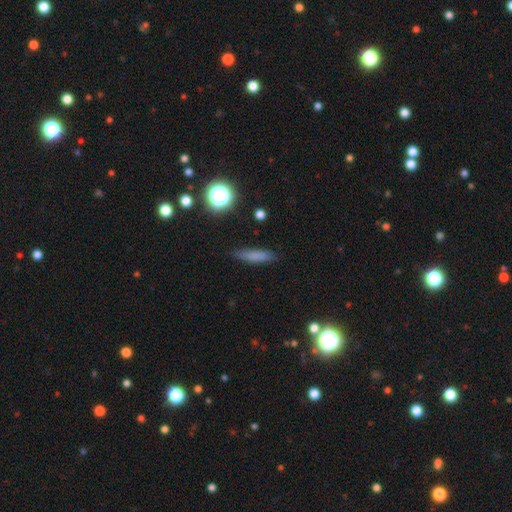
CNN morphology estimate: Q: Smooth or featured?
A: smooth (75%); runner-up: featured or disk (14%)
Q: How rounded?
A: cigar-shaped (74%); runner-up: in between (22%)
Q: Merging?
A: none (83%); runner-up: minor disturbance (13%)